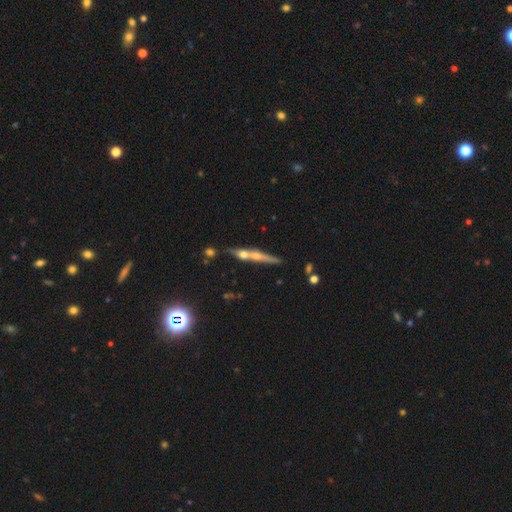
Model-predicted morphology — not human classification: featured or disk 61%, smooth 28%, star or artifact 11%. Down the decision tree: edge-on disk — yes (92%); edge-on bulge — rounded (71%); merging — none (63%).